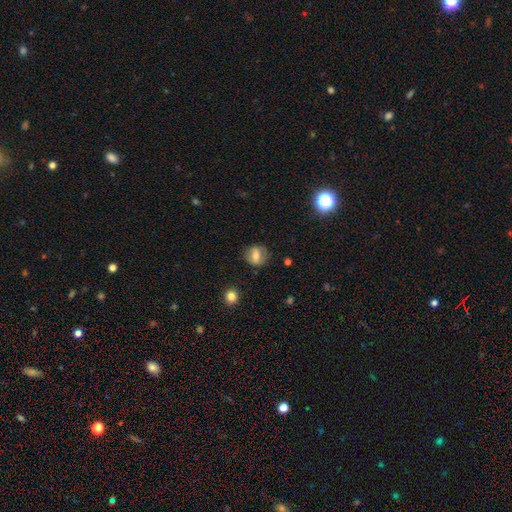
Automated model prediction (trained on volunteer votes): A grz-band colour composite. It shows a smooth galaxy with no disk features (64%) that is round (71%). Merging: none (80%).